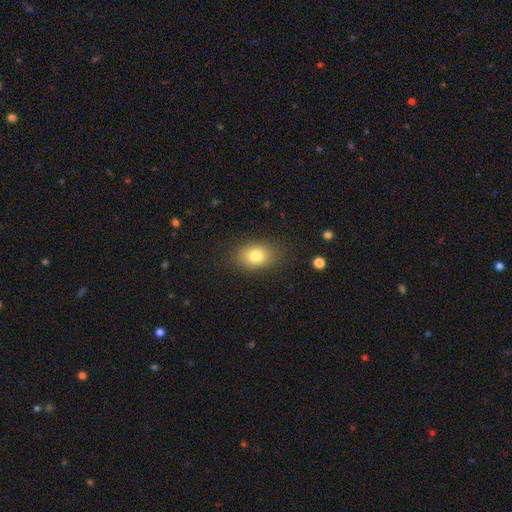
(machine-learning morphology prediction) smooth-or-featured: smooth: 80% | featured or disk: 10% | star or artifact: 10%
  how-rounded: in between: 76% | round: 23% | cigar-shaped: 1%
  merging: none: 85% | minor disturbance: 11% | major disturbance: 3% | merger: 1%